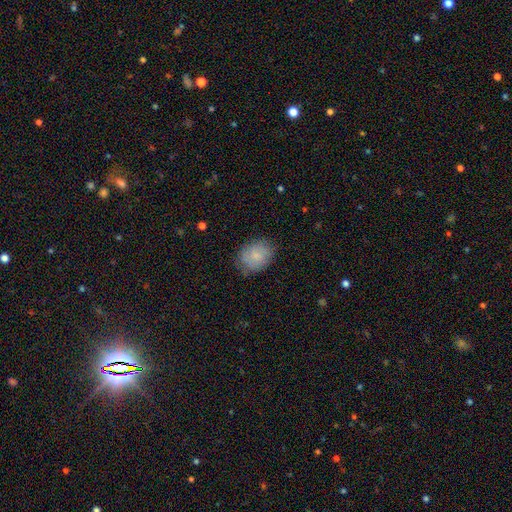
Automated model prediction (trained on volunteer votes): Smooth or featured: smooth — 78% (featured or disk — 14%)
How rounded: in between — 50% (round — 49%)
Merging: none — 74% (minor disturbance — 20%)